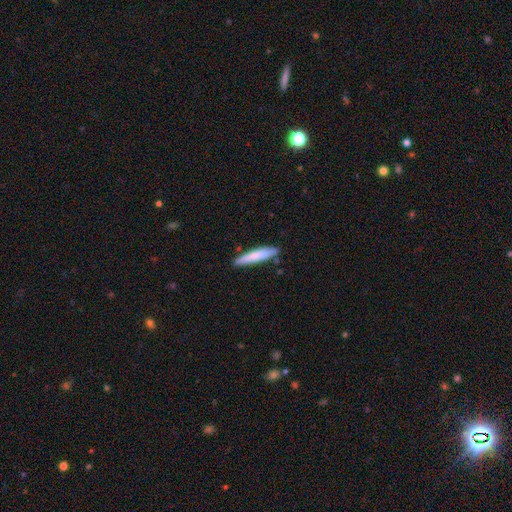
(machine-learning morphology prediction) Overall: smooth (74%). How rounded: cigar-shaped (89%). Merging: none (83%).